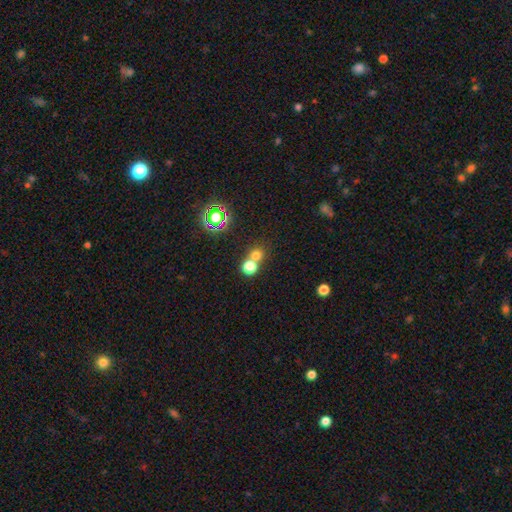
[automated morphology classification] smooth_or_featured: smooth (p=0.69) [alt: star or artifact p=0.22]
how_rounded: round (p=0.84) [alt: in between p=0.15]
merging: none (p=0.52) [alt: merger p=0.40]